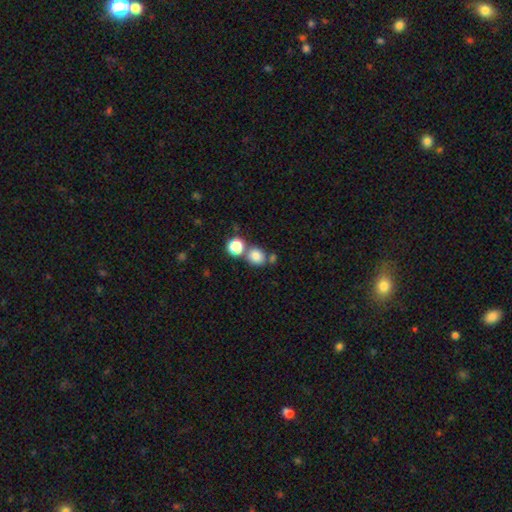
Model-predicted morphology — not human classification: smooth 80%, star or artifact 13%, featured or disk 8%. Down the decision tree: how rounded — round (70%); merging — none (60%).